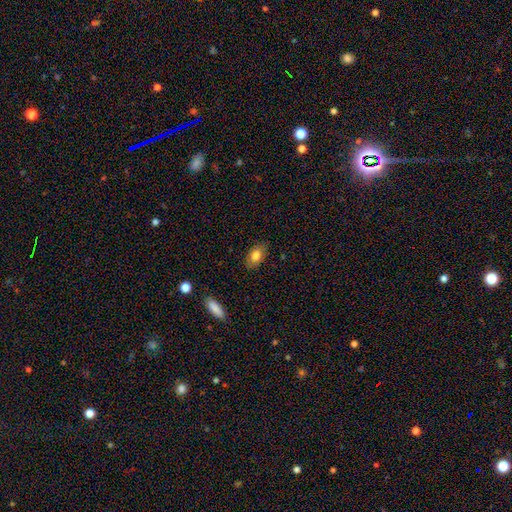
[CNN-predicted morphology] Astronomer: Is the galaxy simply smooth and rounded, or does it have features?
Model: smooth — 80%.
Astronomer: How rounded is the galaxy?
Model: in between — 88%.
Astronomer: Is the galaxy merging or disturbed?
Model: none — 84%.